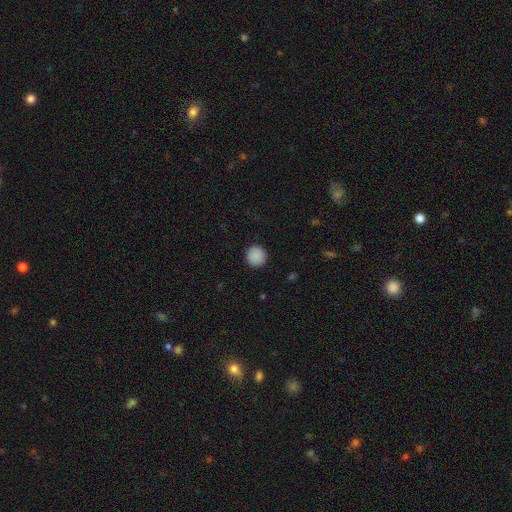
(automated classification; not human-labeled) smooth 90%, star or artifact 8%, featured or disk 2%. Down the decision tree: how rounded — round (95%); merging — none (92%).